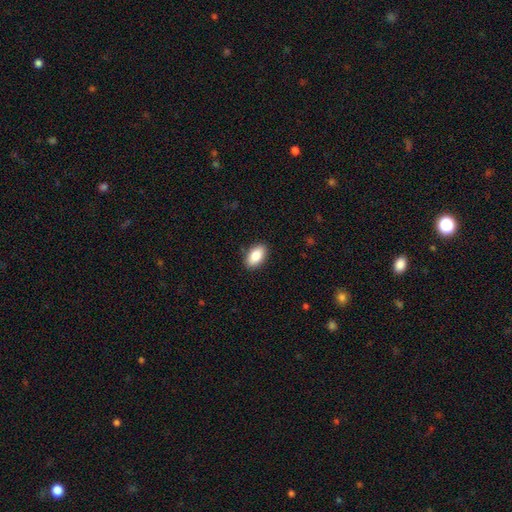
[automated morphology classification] Smooth or featured?
  - smooth: 86% *
  - star or artifact: 7%
  - featured or disk: 7%
How rounded?
  - in between: 93% *
  - round: 5%
  - cigar-shaped: 2%
Merging?
  - none: 89% *
  - minor disturbance: 8%
  - major disturbance: 2%
  - merger: 1%